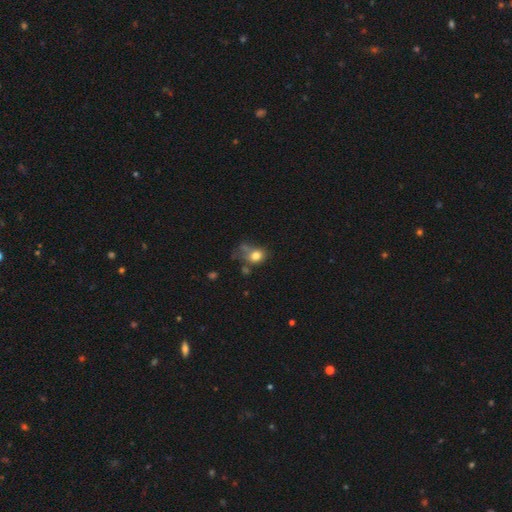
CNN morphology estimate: smooth-or-featured: smooth: 77% | featured or disk: 12% | star or artifact: 11%
  how-rounded: round: 53% | in between: 46% | cigar-shaped: 1%
  merging: none: 37% | minor disturbance: 25% | major disturbance: 20% | merger: 19%